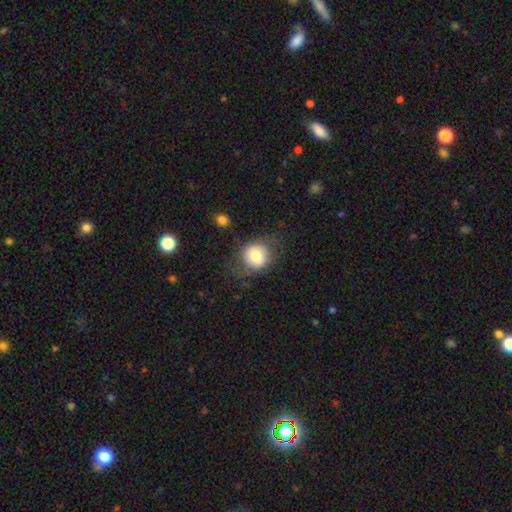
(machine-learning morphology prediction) Smooth or featured? smooth (72%)
How rounded? round (80%)
Merging? none (65%)